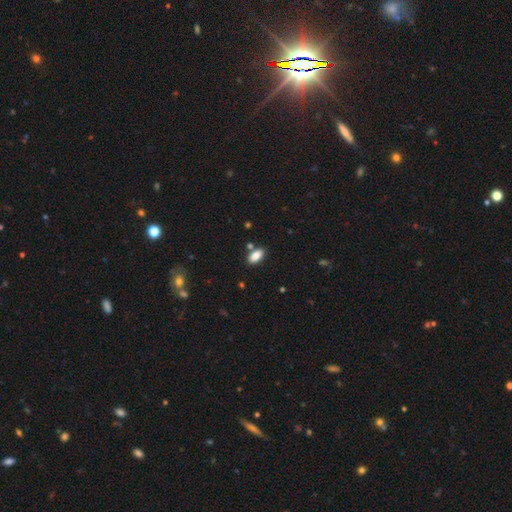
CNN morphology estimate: Q: Smooth or featured?
A: smooth (86%); runner-up: star or artifact (8%)
Q: How rounded?
A: in between (91%); runner-up: cigar-shaped (6%)
Q: Merging?
A: none (81%); runner-up: minor disturbance (10%)